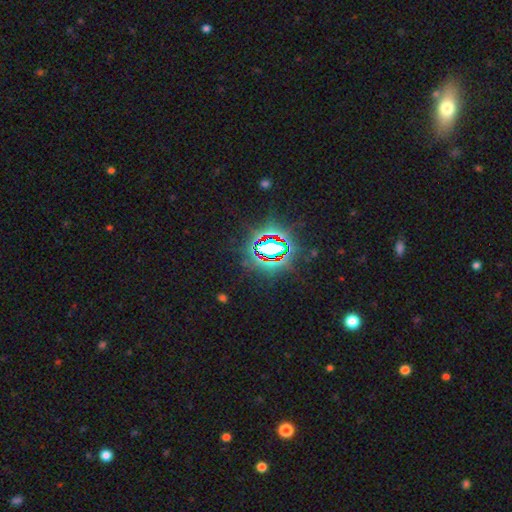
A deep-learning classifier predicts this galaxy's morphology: Smooth or featured? star or artifact (82%)